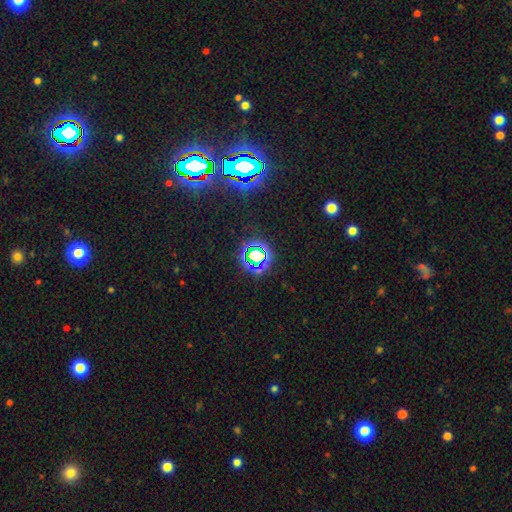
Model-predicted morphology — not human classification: A star or artifact, not a galaxy (71%).